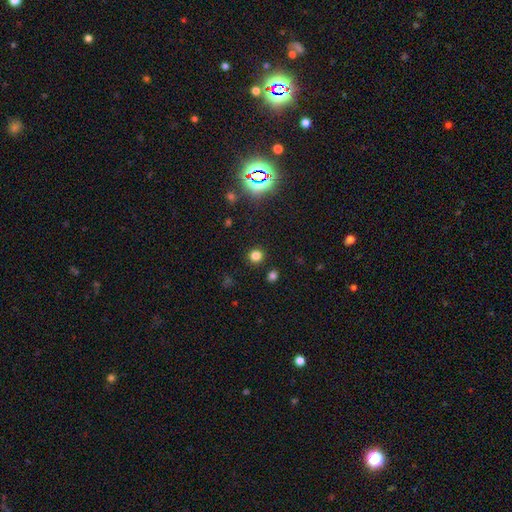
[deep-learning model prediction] Morphology: type=smooth (78%); roundness=round (91%); merging=none (90%).